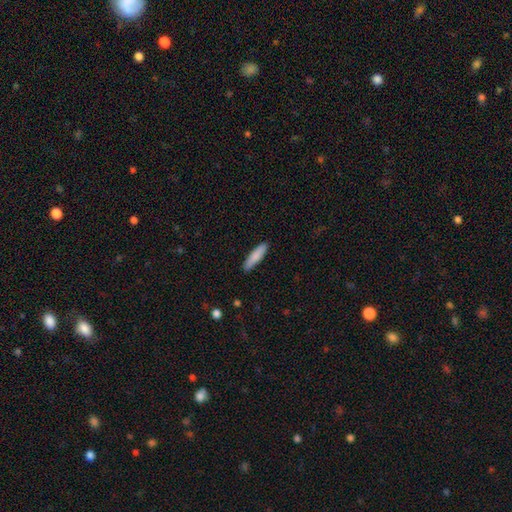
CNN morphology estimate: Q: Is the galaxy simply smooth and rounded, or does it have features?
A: smooth — 85%.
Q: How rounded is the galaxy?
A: cigar-shaped — 78%.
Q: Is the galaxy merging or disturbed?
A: none — 90%.